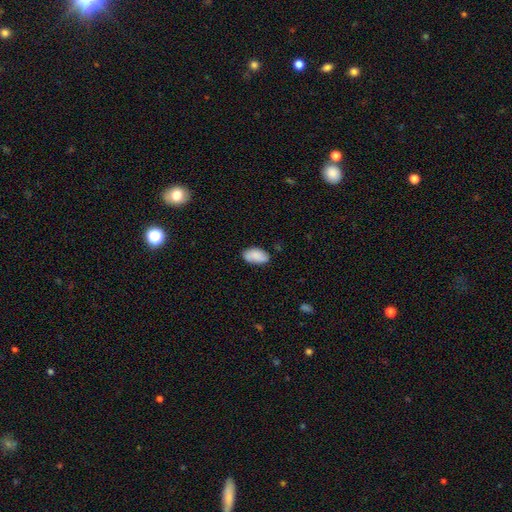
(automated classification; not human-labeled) A smooth galaxy with no disk features (86%) that is in between round and cigar-shaped (94%).

Vote fractions:
- Smooth or featured? smooth: 86% / featured or disk: 8% / star or artifact: 7%
- How rounded? in between: 94% / round: 3% / cigar-shaped: 3%
- Merging? none: 79% / minor disturbance: 16% / major disturbance: 3% / merger: 2%